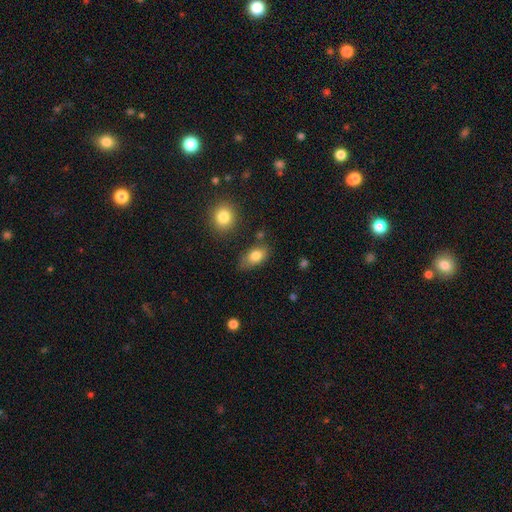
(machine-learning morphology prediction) A smooth galaxy with no disk features (80%) that is in between round and cigar-shaped (88%). Merging: none (69%).